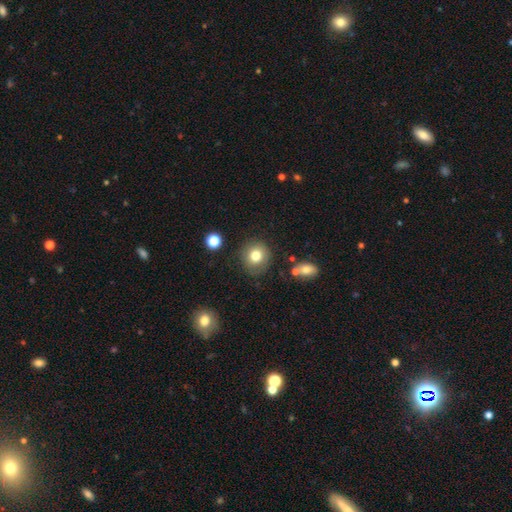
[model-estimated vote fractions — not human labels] Smooth or featured? Predicted: smooth (p=0.78). How rounded? Predicted: round (p=0.86). Merging? Predicted: none (p=0.80).